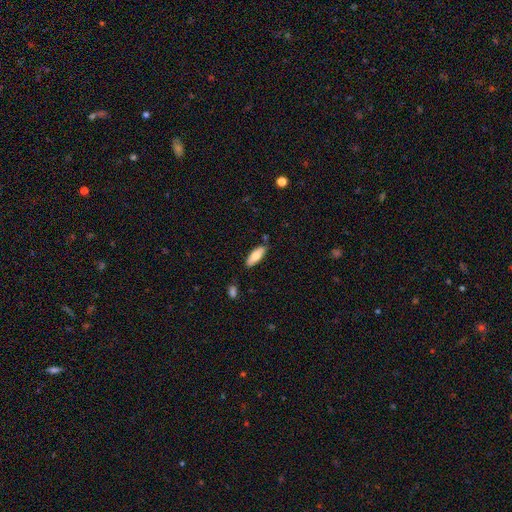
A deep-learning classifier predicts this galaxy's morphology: The model was most divided on "how rounded": in between: 65%, cigar-shaped: 33%, round: 2%. More confident: merging — none (82%); smooth or featured — smooth (79%).